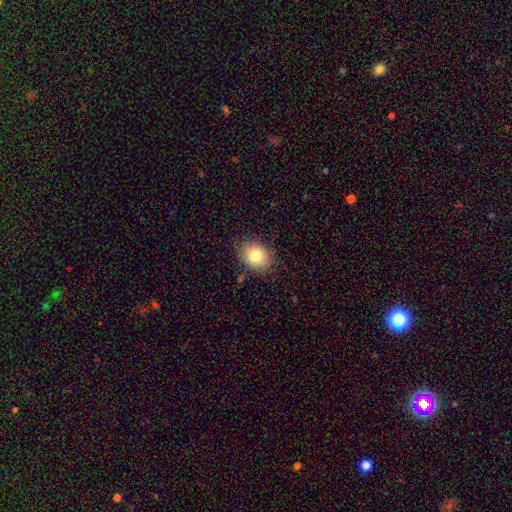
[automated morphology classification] Smooth or featured?
  - smooth: 82% *
  - featured or disk: 9%
  - star or artifact: 9%
How rounded?
  - in between: 55% *
  - round: 44%
  - cigar-shaped: 1%
Merging?
  - none: 83% *
  - minor disturbance: 12%
  - major disturbance: 3%
  - merger: 2%